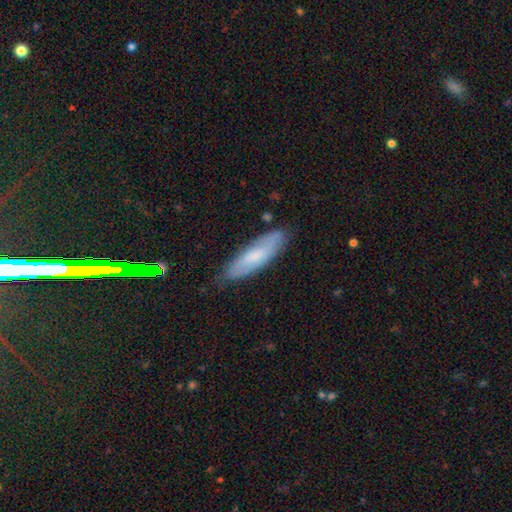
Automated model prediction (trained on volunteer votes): Q: Smooth or featured?
A: smooth (61%); runner-up: featured or disk (31%)
Q: How rounded?
A: cigar-shaped (58%); runner-up: in between (40%)
Q: Merging?
A: none (77%); runner-up: minor disturbance (18%)